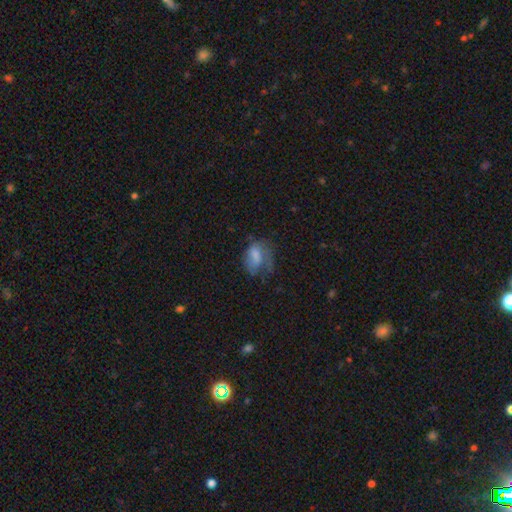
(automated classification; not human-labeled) A smooth galaxy with no disk features (61%) that is in between round and cigar-shaped (79%).

Vote fractions:
- Smooth or featured? smooth: 61% / featured or disk: 29% / star or artifact: 9%
- How rounded? in between: 79% / round: 19% / cigar-shaped: 2%
- Merging? major disturbance: 39% / none: 30% / minor disturbance: 29% / merger: 3%